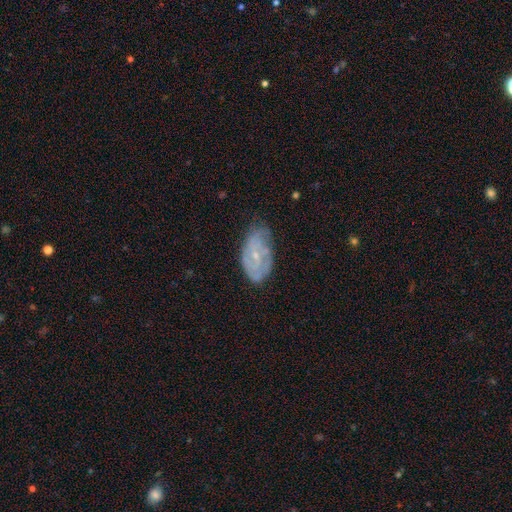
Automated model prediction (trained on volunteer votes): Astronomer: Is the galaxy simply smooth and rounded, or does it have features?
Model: featured or disk — 71%.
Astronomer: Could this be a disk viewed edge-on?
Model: no — 95%.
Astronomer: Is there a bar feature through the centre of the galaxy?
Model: no — 55% (runner-up: weak, 37%).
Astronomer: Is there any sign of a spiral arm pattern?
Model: yes — 82%.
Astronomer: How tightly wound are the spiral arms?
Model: tight — 54% (runner-up: medium, 34%).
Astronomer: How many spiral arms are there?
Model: can't tell — 38% (runner-up: 2, 37%).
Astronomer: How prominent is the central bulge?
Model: small — 69%.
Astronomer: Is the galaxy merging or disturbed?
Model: none — 58%.